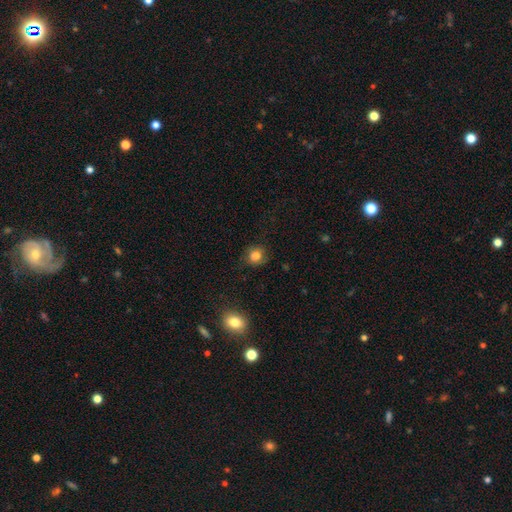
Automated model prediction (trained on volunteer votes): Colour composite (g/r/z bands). It shows a smooth galaxy with no disk features (83%) that is round (73%). Merging: none (77%).